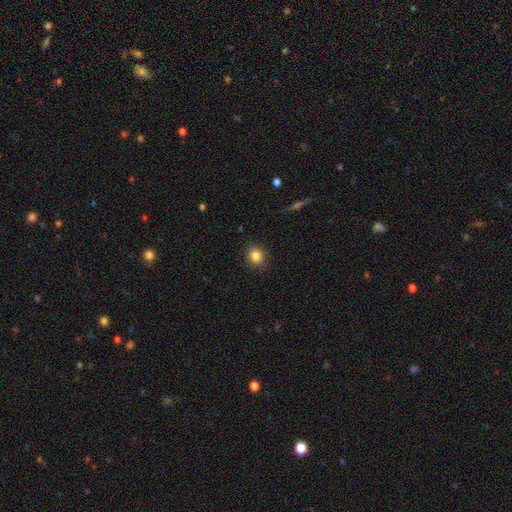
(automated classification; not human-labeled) Smooth or featured: smooth — 85% (star or artifact — 10%)
How rounded: round — 76% (in between — 23%)
Merging: none — 89% (minor disturbance — 8%)